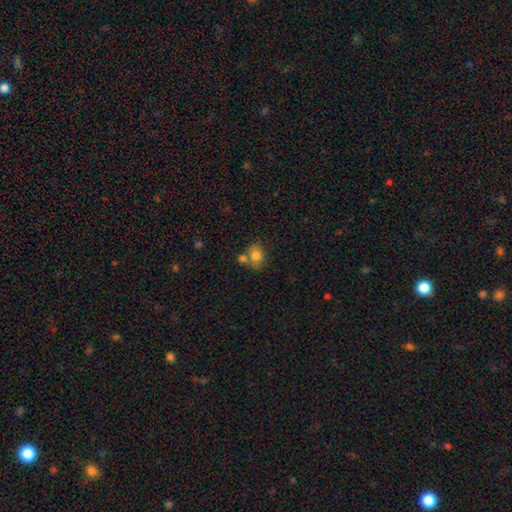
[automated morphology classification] The model was most divided on "how rounded": round: 52%, in between: 47%, cigar-shaped: 1%. Remaining: smooth or featured — smooth (76%); merging — none (49%).